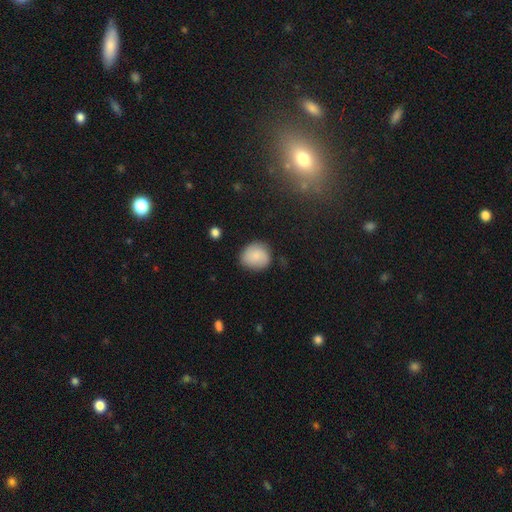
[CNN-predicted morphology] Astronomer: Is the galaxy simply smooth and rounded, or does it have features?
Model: smooth — 79%.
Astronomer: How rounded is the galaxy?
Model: round — 78%.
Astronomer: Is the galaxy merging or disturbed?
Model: none — 76%.